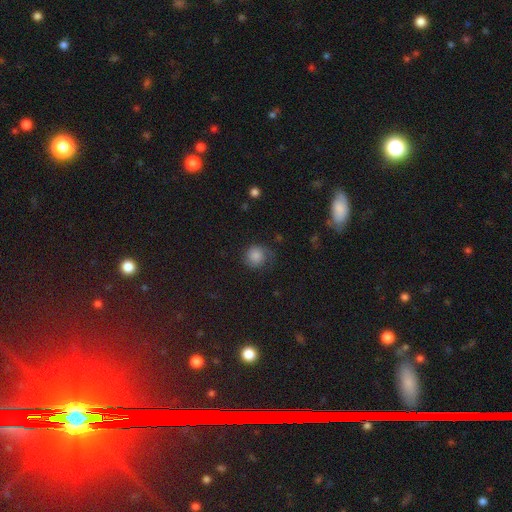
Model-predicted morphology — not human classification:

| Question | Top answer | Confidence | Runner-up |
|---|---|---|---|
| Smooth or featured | smooth | 80% | featured or disk (11%) |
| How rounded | round | 89% | in between (10%) |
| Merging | none | 61% | minor disturbance (25%) |